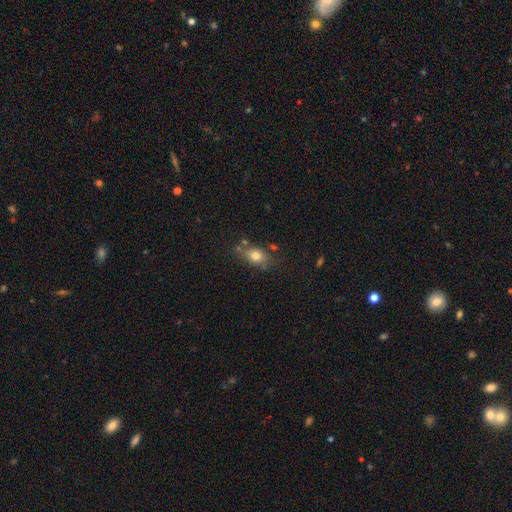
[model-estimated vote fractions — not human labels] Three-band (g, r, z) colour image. It shows a smooth galaxy with no disk features (77%) that is in between round and cigar-shaped (69%). Merging: none (66%).